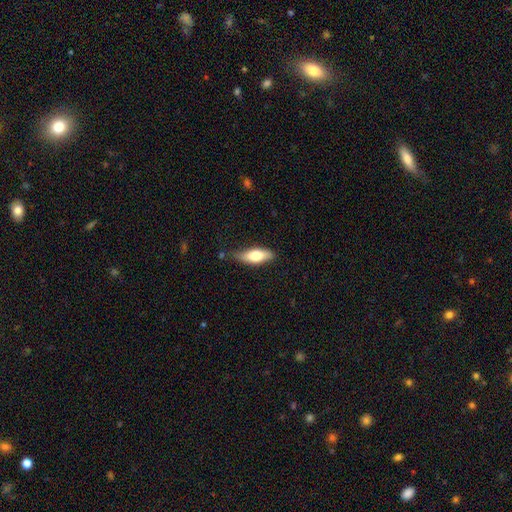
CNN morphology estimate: A smooth galaxy with no disk features (68%) that is in between round and cigar-shaped (66%).

Vote fractions:
- Smooth or featured? smooth: 68% / featured or disk: 26% / star or artifact: 6%
- How rounded? in between: 66% / cigar-shaped: 31% / round: 2%
- Merging? none: 71% / minor disturbance: 23% / major disturbance: 4% / merger: 2%